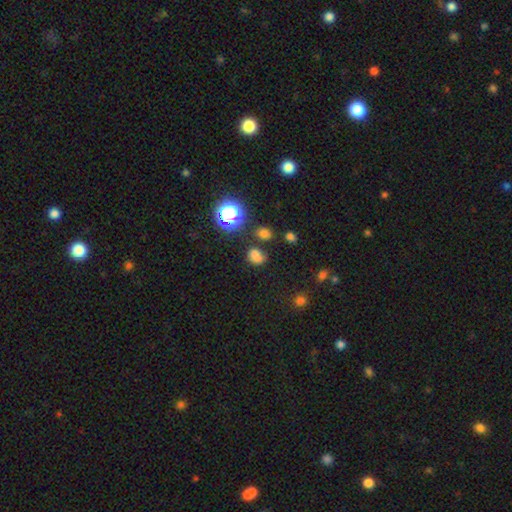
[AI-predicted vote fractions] A smooth galaxy with no disk features (62%) that is round (55%). Merging: none (53%).